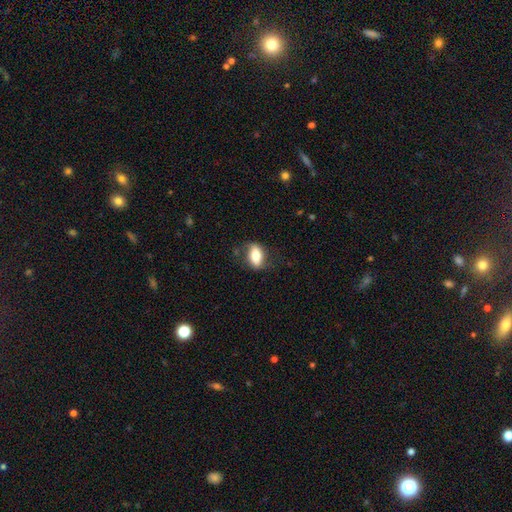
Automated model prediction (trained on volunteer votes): Smooth or featured? Predicted: smooth (p=0.68). How rounded? Predicted: in between (p=0.83). Merging? Predicted: none (p=0.72).